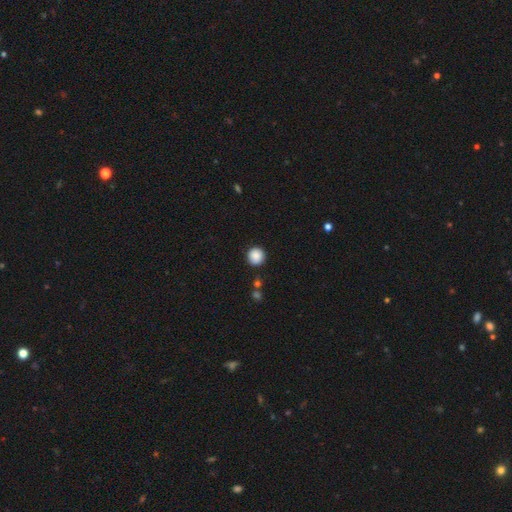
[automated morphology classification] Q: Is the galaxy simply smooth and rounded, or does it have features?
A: smooth — 86%.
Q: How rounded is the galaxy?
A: round — 94%.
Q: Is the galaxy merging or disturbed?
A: none — 88%.